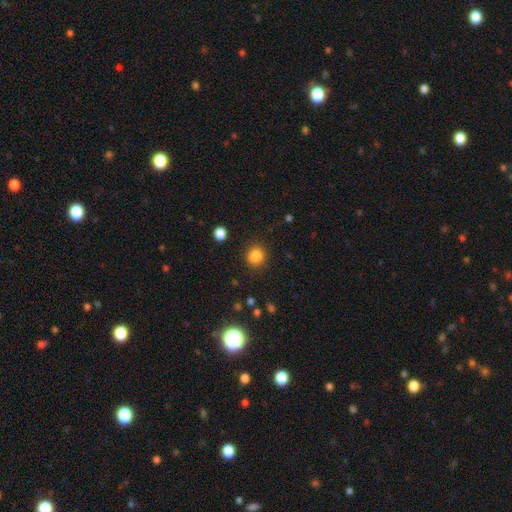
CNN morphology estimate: A smooth galaxy with no disk features (84%) that is round (84%).

Vote fractions:
- Smooth or featured? smooth: 84% / star or artifact: 12% / featured or disk: 4%
- How rounded? round: 84% / in between: 15% / cigar-shaped: 1%
- Merging? none: 88% / minor disturbance: 7% / major disturbance: 3% / merger: 1%